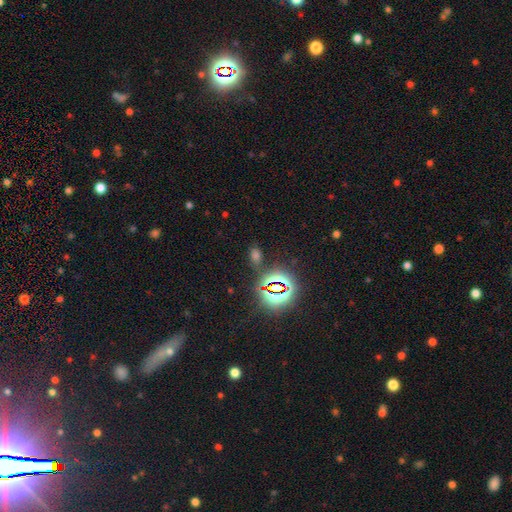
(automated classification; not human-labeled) Smooth or featured? star or artifact (47%)